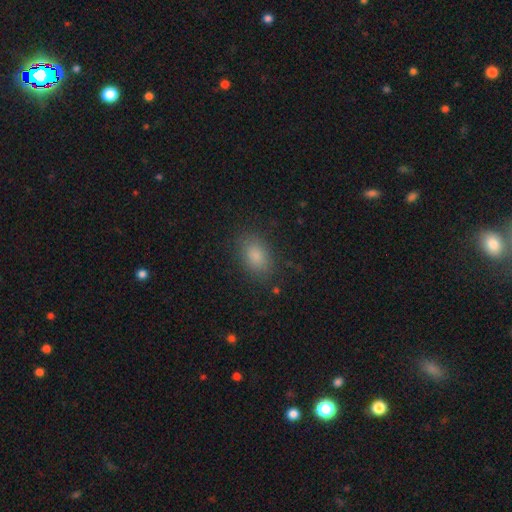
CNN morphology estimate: This is clearly a smooth galaxy (84%). How rounded: clearly in between (83%). Merging: clearly none (83%).